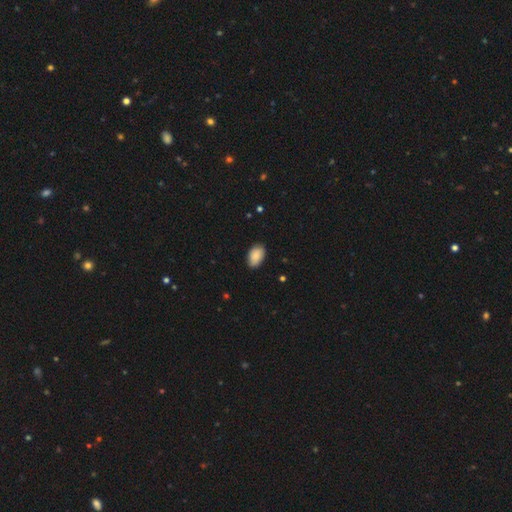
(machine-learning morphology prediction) Smooth or featured: smooth — 89% (star or artifact — 6%)
How rounded: in between — 92% (round — 6%)
Merging: none — 84% (minor disturbance — 13%)